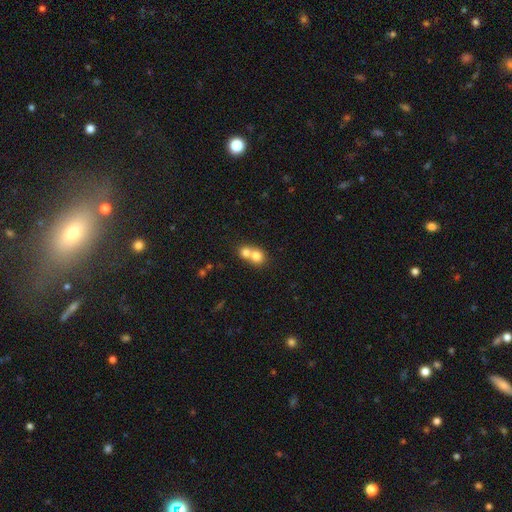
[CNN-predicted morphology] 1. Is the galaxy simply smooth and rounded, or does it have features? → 75% smooth, 15% featured or disk, 10% star or artifact.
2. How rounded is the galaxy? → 78% round, 21% in between, 1% cigar-shaped.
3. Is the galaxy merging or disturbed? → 67% merger, 27% none, 4% minor disturbance, 2% major disturbance.